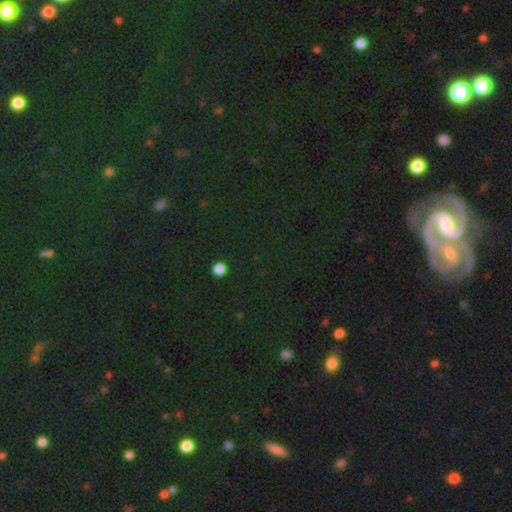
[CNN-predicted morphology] Smooth or featured?
  - star or artifact: 62% *
  - smooth: 19%
  - featured or disk: 19%